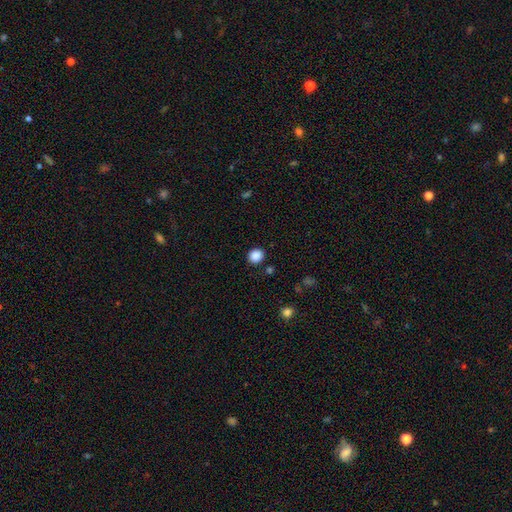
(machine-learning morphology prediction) This appears to be a smooth galaxy with no disk features (88%) that is round (81%). Merging: none (89%).